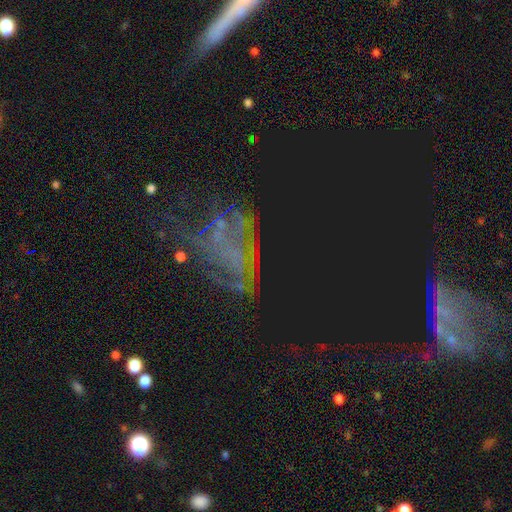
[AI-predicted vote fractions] The model was most divided on "merging": none: 38%, major disturbance: 37%, minor disturbance: 19%, merger: 6%. Remaining: smooth or featured — featured or disk (46%).